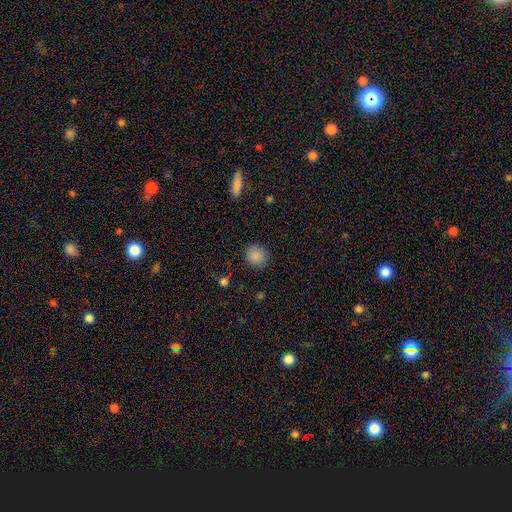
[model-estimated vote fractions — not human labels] smooth_or_featured: smooth (p=0.86) [alt: star or artifact p=0.10]
how_rounded: round (p=0.88) [alt: in between p=0.11]
merging: none (p=0.88) [alt: minor disturbance p=0.08]